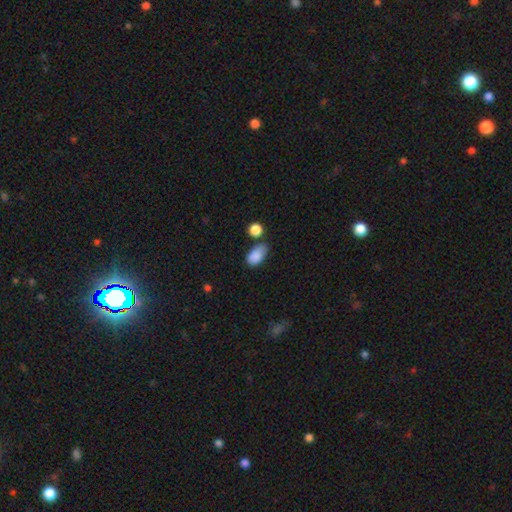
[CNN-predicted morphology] Smooth or featured: smooth — 87% (star or artifact — 8%)
How rounded: in between — 91% (round — 6%)
Merging: none — 54% (minor disturbance — 26%)